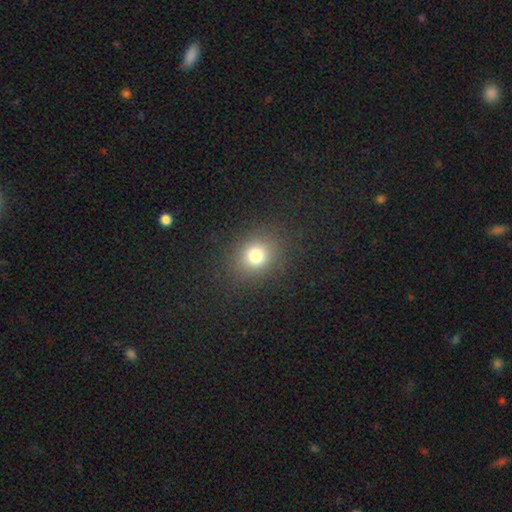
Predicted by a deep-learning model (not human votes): Morphology: type=smooth (75%); roundness=round (66%); merging=none (86%).